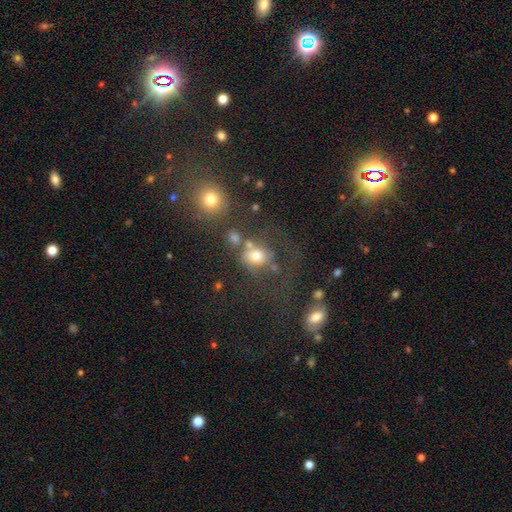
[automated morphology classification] Overall: smooth (67%). How rounded: round (55%; in between 44%). Merging: none (39%; merger 23%).